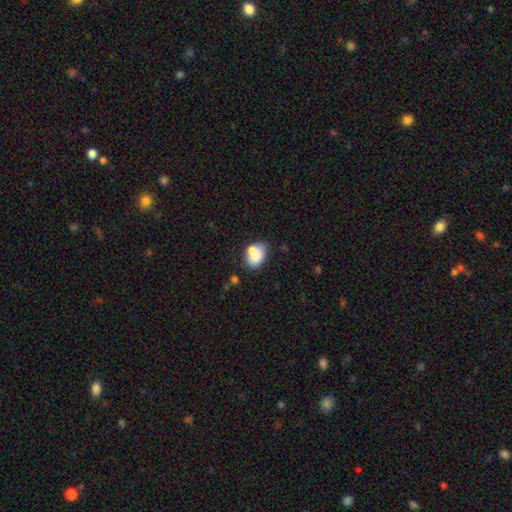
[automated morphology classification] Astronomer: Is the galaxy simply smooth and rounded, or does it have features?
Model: smooth — 75%.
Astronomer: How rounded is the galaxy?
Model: in between — 76%.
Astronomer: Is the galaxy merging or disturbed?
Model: none — 41% (runner-up: merger, 37%).